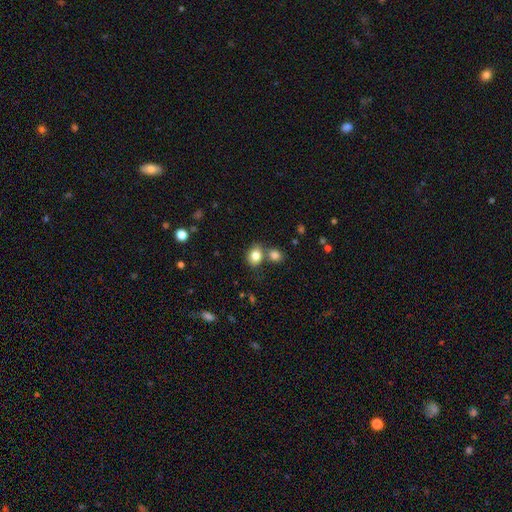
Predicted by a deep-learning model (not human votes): Overall: smooth (82%). How rounded: in between (52%; round 47%). Merging: none (59%; merger 25%).